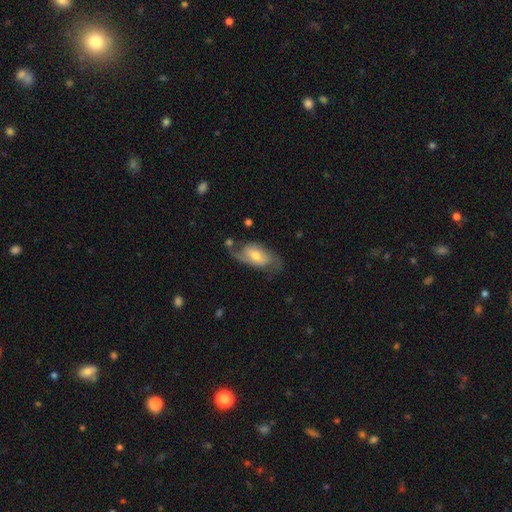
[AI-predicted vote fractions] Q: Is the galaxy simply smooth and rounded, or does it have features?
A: featured or disk — 69%.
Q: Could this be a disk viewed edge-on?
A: no — 94%.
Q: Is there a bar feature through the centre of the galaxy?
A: no — 42%.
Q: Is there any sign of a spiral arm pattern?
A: yes — 89%.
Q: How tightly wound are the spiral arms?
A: loose — 42%.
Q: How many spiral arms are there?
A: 2 — 76%.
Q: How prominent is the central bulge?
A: moderate — 48%.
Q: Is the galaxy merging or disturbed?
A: none — 55%.